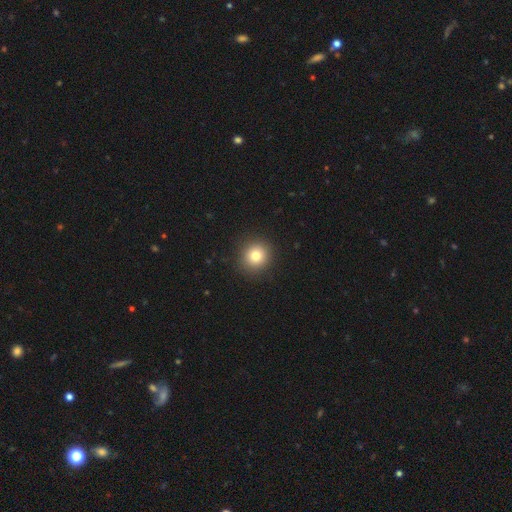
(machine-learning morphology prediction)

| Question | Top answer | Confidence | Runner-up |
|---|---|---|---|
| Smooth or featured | smooth | 80% | star or artifact (12%) |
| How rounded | round | 91% | in between (8%) |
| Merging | none | 91% | minor disturbance (5%) |